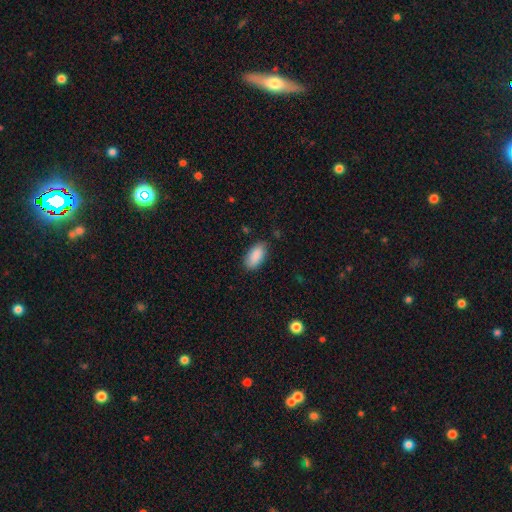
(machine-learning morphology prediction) Overall: smooth (89%). How rounded: in between (92%). Merging: none (83%).